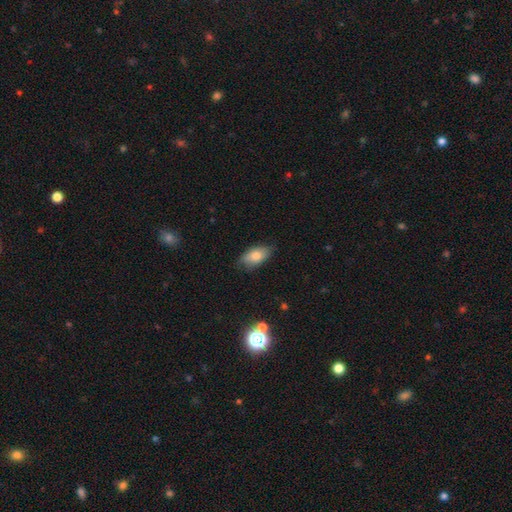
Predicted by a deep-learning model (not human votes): The model was most divided on "merging": none: 77%, minor disturbance: 19%, major disturbance: 3%, merger: 1%. More confident: how rounded — in between (91%); smooth or featured — smooth (78%).